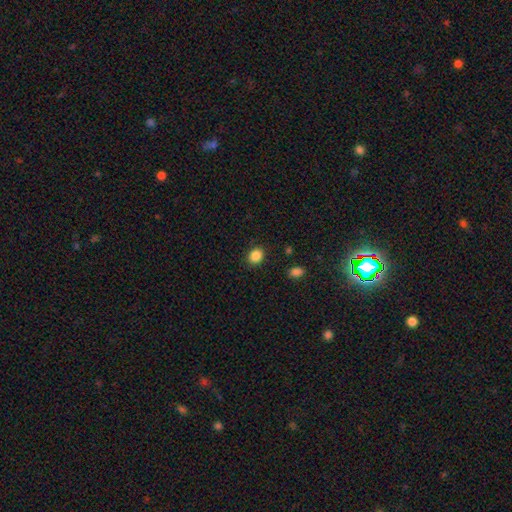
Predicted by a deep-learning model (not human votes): Overall: smooth (87%). How rounded: round (60%; in between 39%). Merging: none (88%).